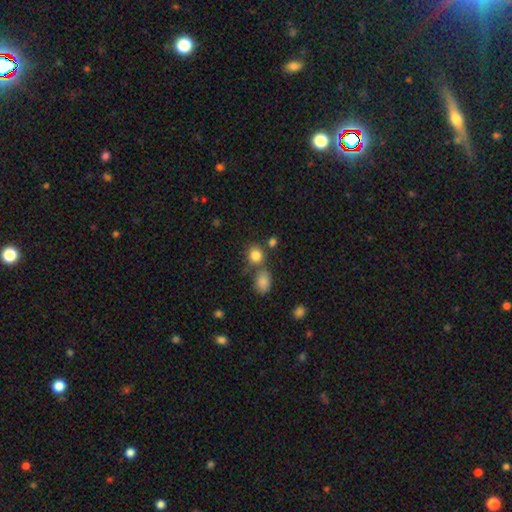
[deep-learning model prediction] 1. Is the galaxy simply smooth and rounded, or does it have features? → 83% smooth, 11% star or artifact, 6% featured or disk.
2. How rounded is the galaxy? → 80% round, 19% in between, 1% cigar-shaped.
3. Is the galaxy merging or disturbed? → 62% none, 23% merger, 11% minor disturbance, 4% major disturbance.